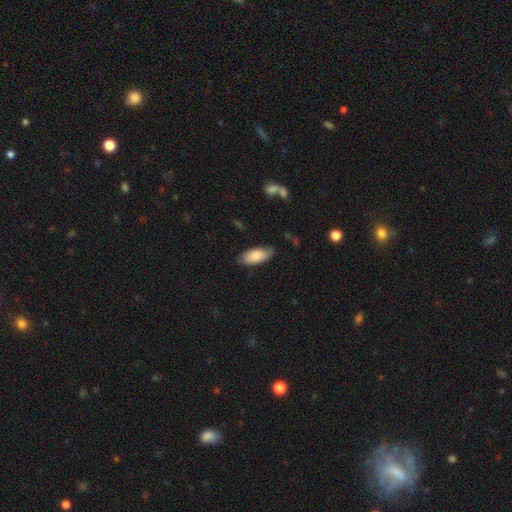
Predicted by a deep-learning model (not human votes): Morphology: type=smooth (83%); roundness=in between (89%); merging=none (77%).